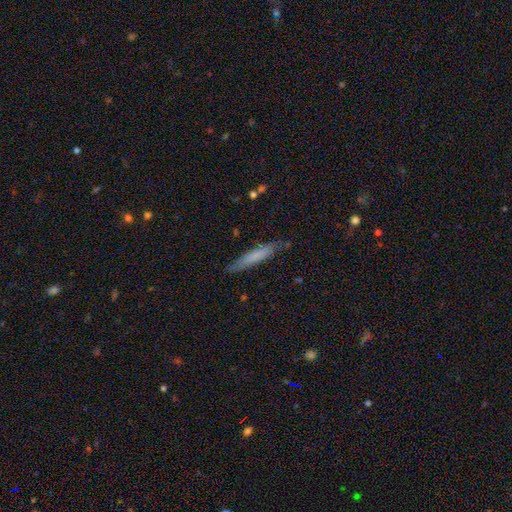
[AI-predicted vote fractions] Smooth or featured? smooth (64%)
How rounded? cigar-shaped (92%)
Merging? none (80%)